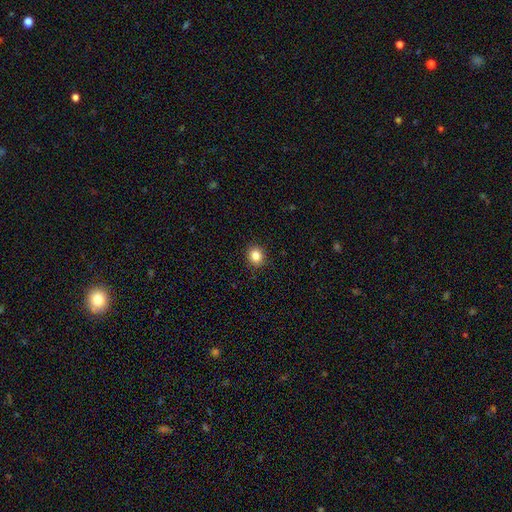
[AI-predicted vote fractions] The model was most divided on "how rounded": round: 75%, in between: 24%, cigar-shaped: 1%. More confident: merging — none (90%); smooth or featured — smooth (85%).